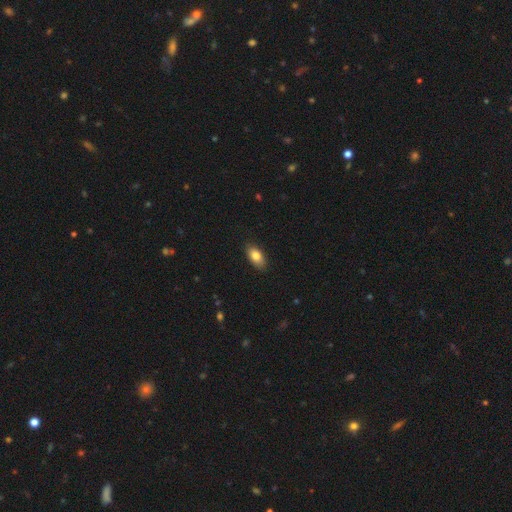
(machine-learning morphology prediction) Smooth or featured? Predicted: smooth (p=0.83). How rounded? Predicted: in between (p=0.90). Merging? Predicted: none (p=0.87).